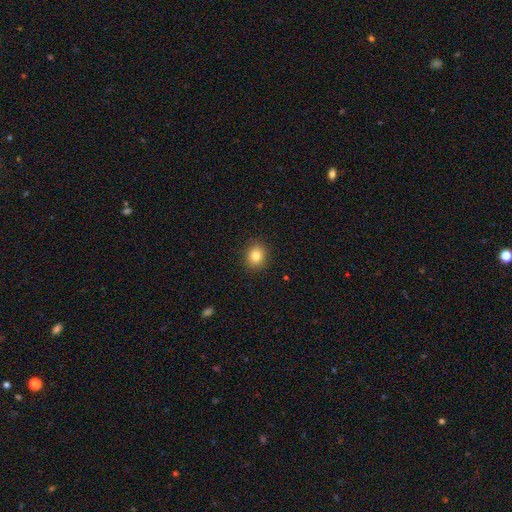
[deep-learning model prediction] Smooth or featured? smooth (83%)
How rounded? round (72%)
Merging? none (90%)